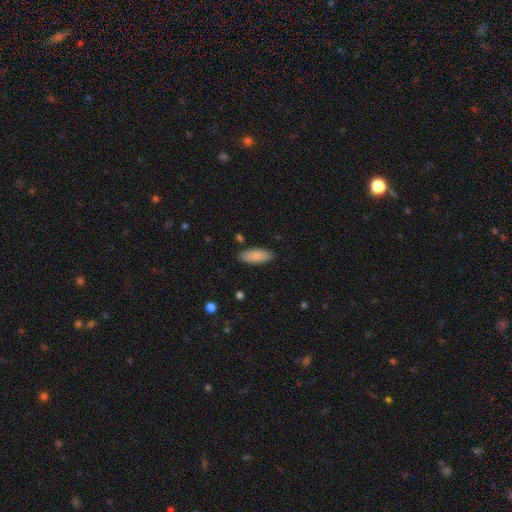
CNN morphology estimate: The model was most divided on "how rounded": in between: 78%, cigar-shaped: 20%, round: 2%. More confident: smooth or featured — smooth (88%); merging — none (87%).